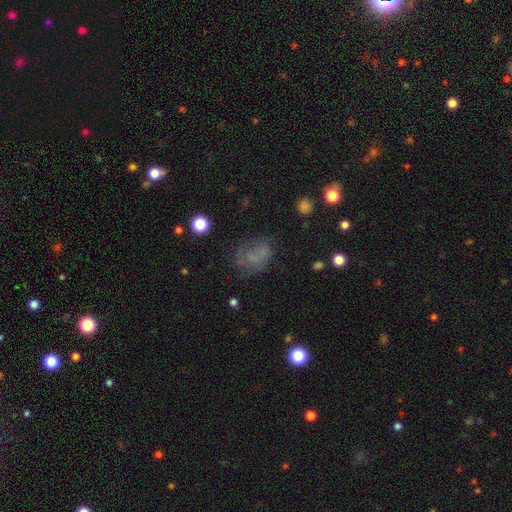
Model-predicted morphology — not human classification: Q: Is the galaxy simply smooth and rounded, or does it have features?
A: smooth — 50%.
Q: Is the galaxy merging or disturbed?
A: none — 48%.